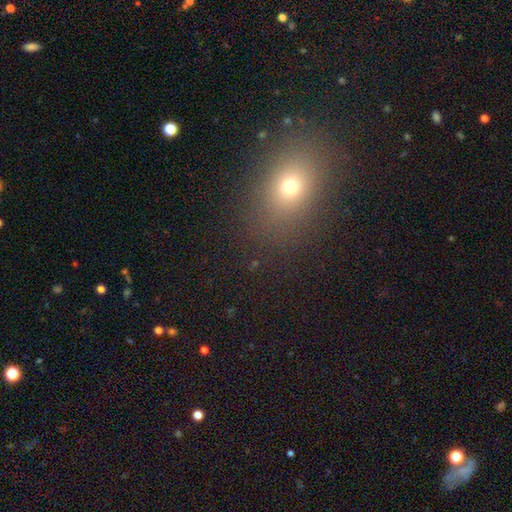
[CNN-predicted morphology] smooth_or_featured: smooth (p=0.62) [alt: star or artifact p=0.29]
how_rounded: in between (p=0.61) [alt: round p=0.37]
merging: none (p=0.88) [alt: minor disturbance p=0.07]